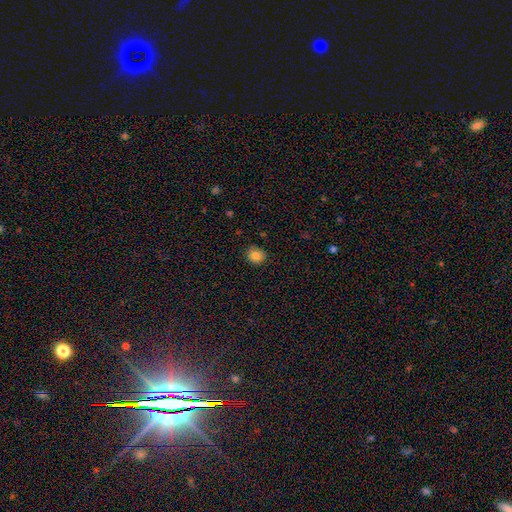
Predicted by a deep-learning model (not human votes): Smooth or featured? Predicted: smooth (p=0.84). How rounded? Predicted: round (p=0.83). Merging? Predicted: none (p=0.85).